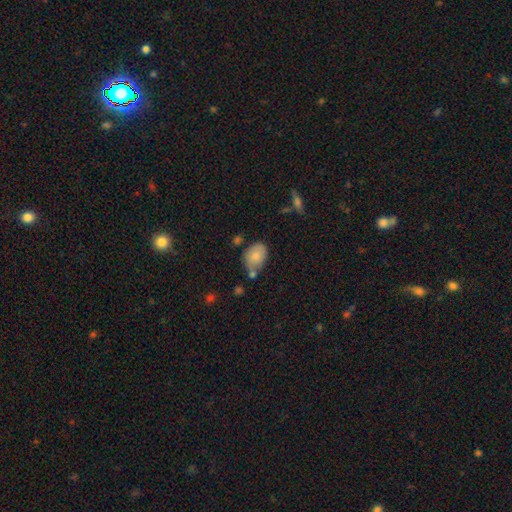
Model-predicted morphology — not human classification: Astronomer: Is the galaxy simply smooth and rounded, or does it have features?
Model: smooth — 81%.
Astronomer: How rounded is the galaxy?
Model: in between — 80%.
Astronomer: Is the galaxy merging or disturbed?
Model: none — 54%.